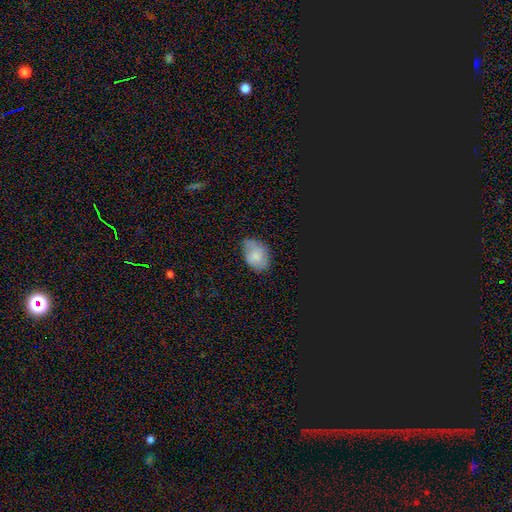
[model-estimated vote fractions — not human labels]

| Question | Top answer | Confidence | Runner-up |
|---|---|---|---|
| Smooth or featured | smooth | 72% | featured or disk (19%) |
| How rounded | in between | 82% | round (16%) |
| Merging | none | 63% | minor disturbance (29%) |